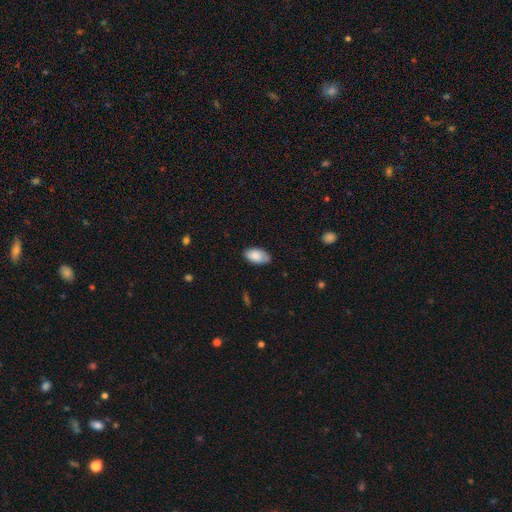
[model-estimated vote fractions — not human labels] Morphology: type=smooth (85%); roundness=in between (95%); merging=none (73%).